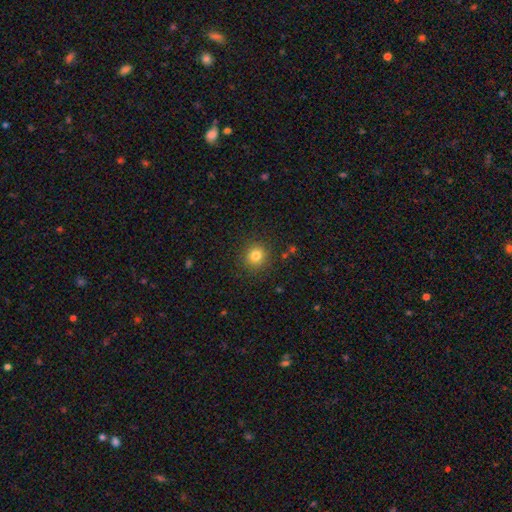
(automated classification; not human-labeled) Morphology: type=smooth (81%); roundness=round (91%); merging=none (89%).